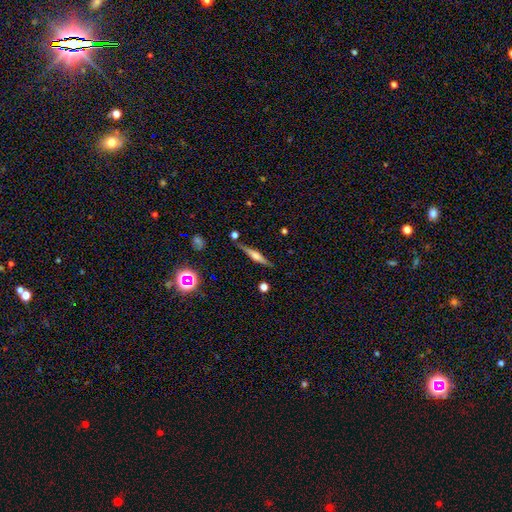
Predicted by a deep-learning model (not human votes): A featured or disk galaxy (65%) viewed edge-on (96%) with a rounded central bulge (75%).

Vote fractions:
- Smooth or featured? featured or disk: 65% / smooth: 27% / star or artifact: 8%
- Edge-on disk? yes: 96% / no: 4%
- Edge-on bulge? rounded: 75% / boxy: 18% / none: 7%
- Merging? none: 83% / minor disturbance: 12% / merger: 3% / major disturbance: 3%